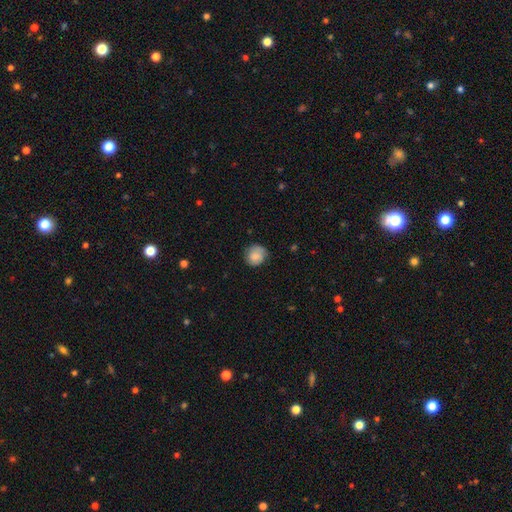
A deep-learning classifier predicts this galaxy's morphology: smooth 76%, featured or disk 17%, star or artifact 8%. Down the decision tree: how rounded — round (84%); merging — none (69%).